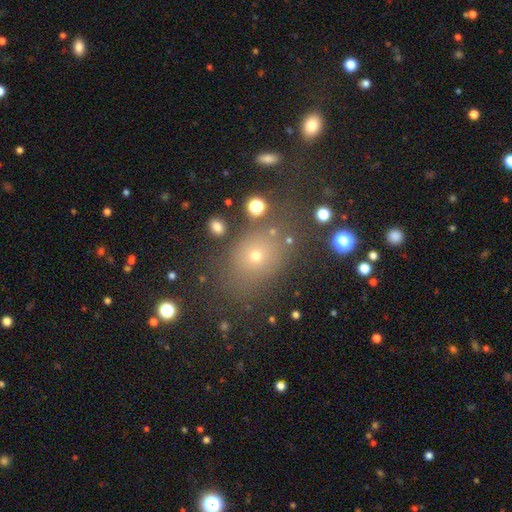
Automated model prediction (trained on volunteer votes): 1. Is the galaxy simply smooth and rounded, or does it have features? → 62% smooth, 25% star or artifact, 13% featured or disk.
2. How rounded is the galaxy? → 51% round, 47% in between, 2% cigar-shaped.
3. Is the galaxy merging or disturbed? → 74% none, 13% minor disturbance, 7% major disturbance, 6% merger.